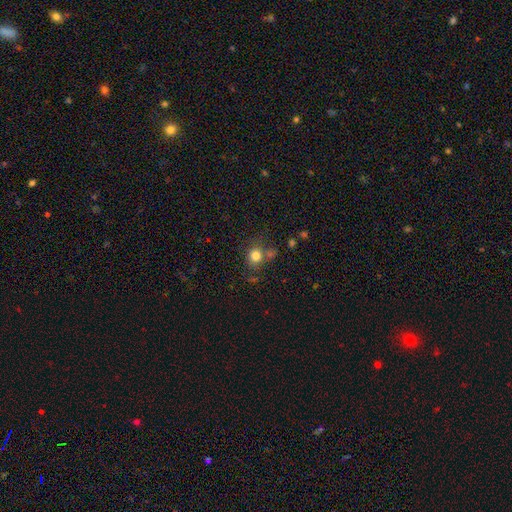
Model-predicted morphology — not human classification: The model was most divided on "merging": none: 65%, merger: 15%, minor disturbance: 14%, major disturbance: 6%. More confident: how rounded — round (80%); smooth or featured — smooth (80%).